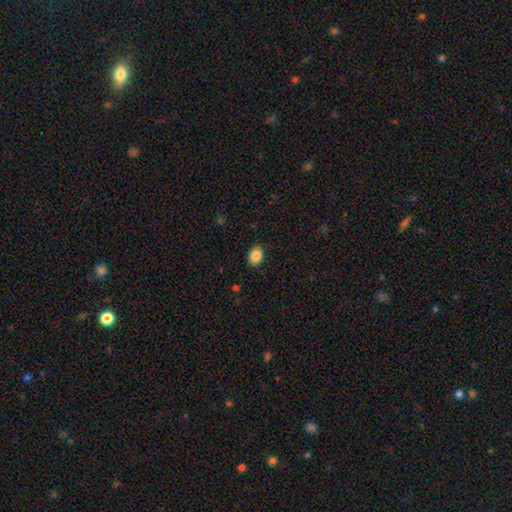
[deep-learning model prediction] A smooth galaxy with no disk features (87%) that is in between round and cigar-shaped (68%).

Vote fractions:
- Smooth or featured? smooth: 87% / star or artifact: 8% / featured or disk: 4%
- How rounded? in between: 68% / round: 31% / cigar-shaped: 1%
- Merging? none: 89% / minor disturbance: 8% / major disturbance: 2% / merger: 1%